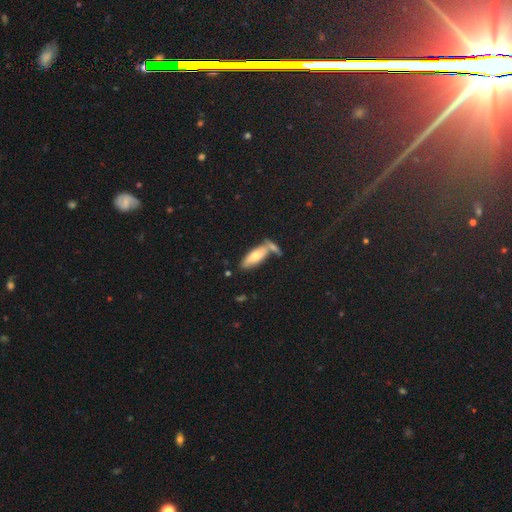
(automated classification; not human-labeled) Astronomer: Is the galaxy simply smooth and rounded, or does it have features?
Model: smooth — 69%.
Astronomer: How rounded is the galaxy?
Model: in between — 71%.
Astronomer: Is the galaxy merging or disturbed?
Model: none — 53%.